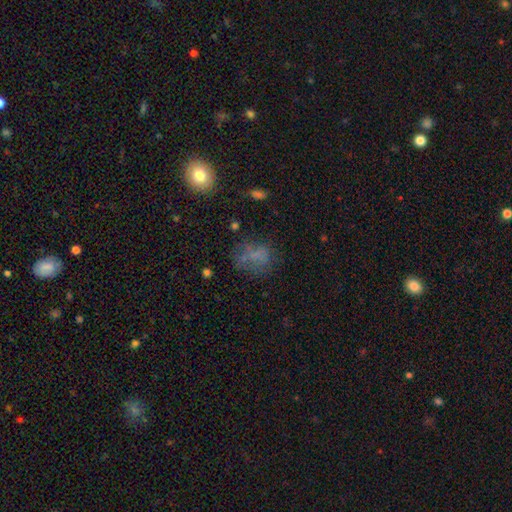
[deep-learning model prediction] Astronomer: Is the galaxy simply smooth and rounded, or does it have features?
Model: smooth — 59%.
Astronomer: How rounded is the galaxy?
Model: round — 51% (runner-up: in between, 47%).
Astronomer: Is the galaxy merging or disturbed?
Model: none — 53%.